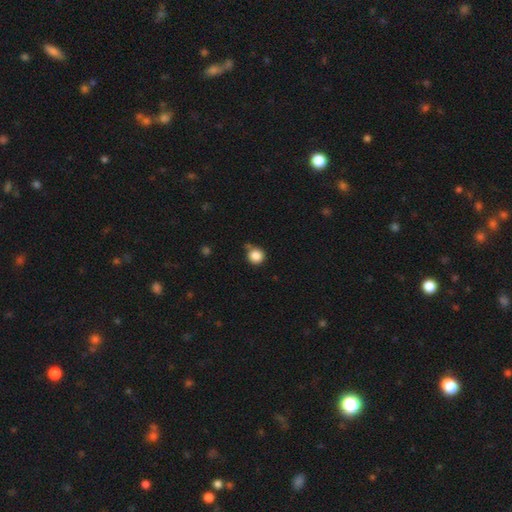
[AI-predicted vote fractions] A smooth galaxy with no disk features (86%) that is round (94%). Merging: none (70%).